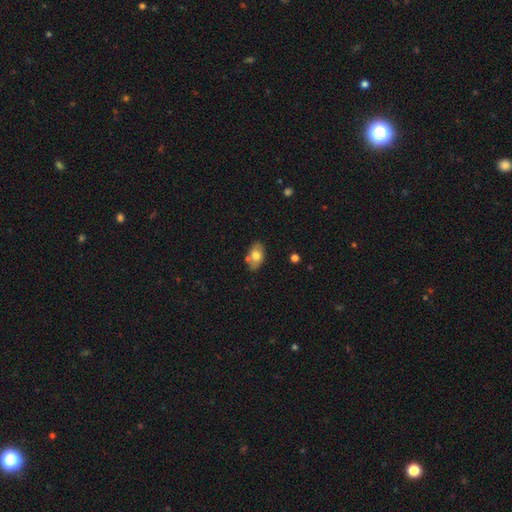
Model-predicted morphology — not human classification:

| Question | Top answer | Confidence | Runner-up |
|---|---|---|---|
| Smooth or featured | smooth | 71% | featured or disk (22%) |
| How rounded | in between | 91% | round (8%) |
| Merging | none | 73% | minor disturbance (15%) |